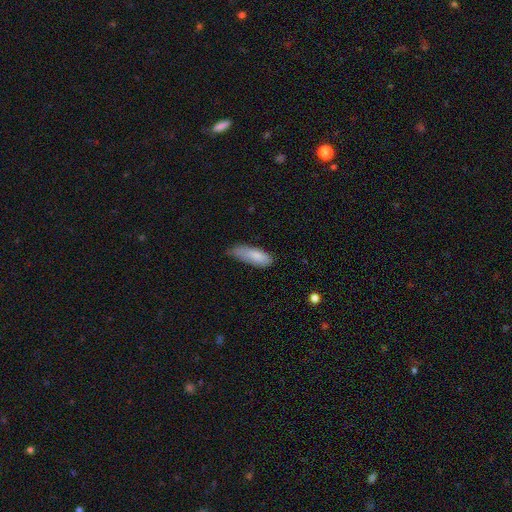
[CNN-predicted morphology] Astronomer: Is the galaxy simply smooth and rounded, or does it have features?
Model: smooth — 83%.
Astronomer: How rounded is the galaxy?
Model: in between — 63%.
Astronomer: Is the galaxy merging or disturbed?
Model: minor disturbance — 46% (runner-up: none, 40%).